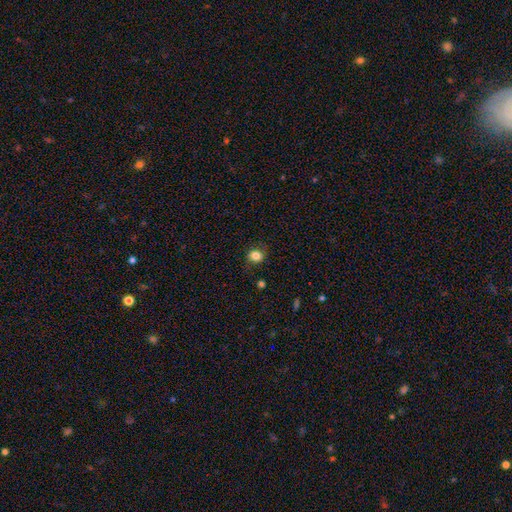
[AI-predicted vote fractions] Smooth or featured?
  - smooth: 83% *
  - star or artifact: 11%
  - featured or disk: 6%
How rounded?
  - round: 78% *
  - in between: 21%
  - cigar-shaped: 1%
Merging?
  - none: 82% *
  - minor disturbance: 13%
  - major disturbance: 4%
  - merger: 1%